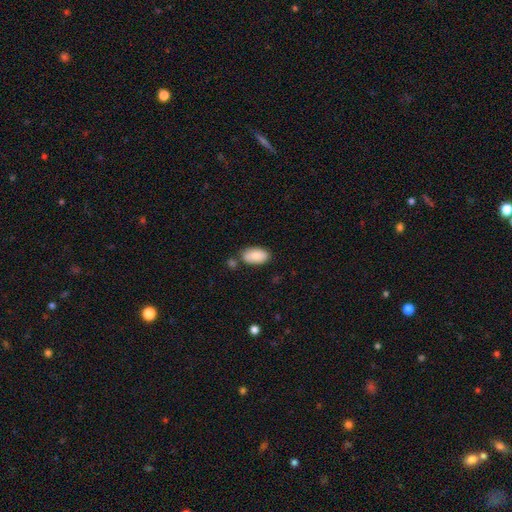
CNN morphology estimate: Q: Smooth or featured?
A: smooth (83%); runner-up: featured or disk (10%)
Q: How rounded?
A: in between (94%); runner-up: round (4%)
Q: Merging?
A: none (71%); runner-up: minor disturbance (16%)